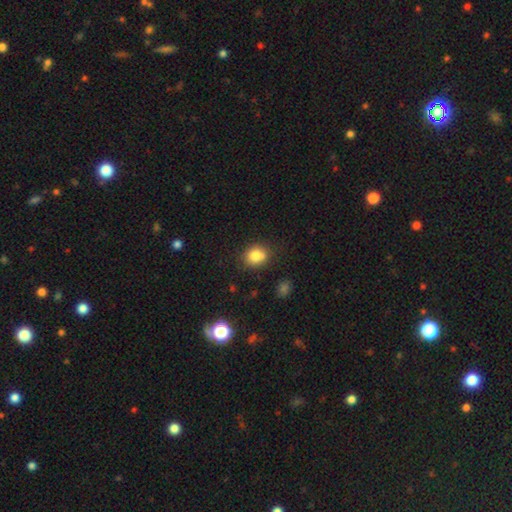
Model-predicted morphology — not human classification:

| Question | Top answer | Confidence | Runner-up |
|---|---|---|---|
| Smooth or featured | smooth | 80% | star or artifact (10%) |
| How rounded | round | 62% | in between (37%) |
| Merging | none | 65% | minor disturbance (17%) |